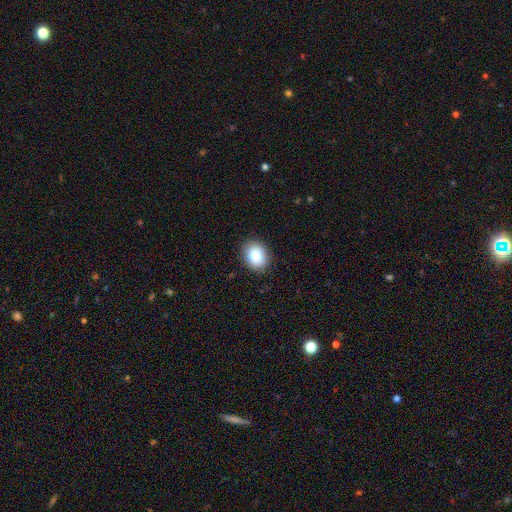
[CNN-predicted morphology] This is clearly a smooth galaxy (86%). How rounded: possibly in between (58%). Merging: clearly none (88%).